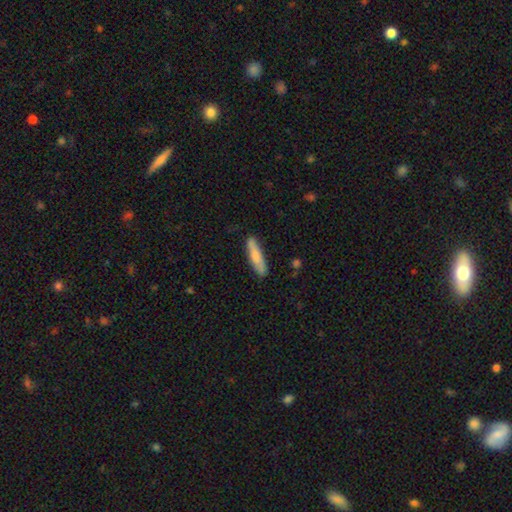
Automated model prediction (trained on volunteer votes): This is likely a smooth galaxy (77%). How rounded: likely cigar-shaped (77%). Merging: clearly none (82%).